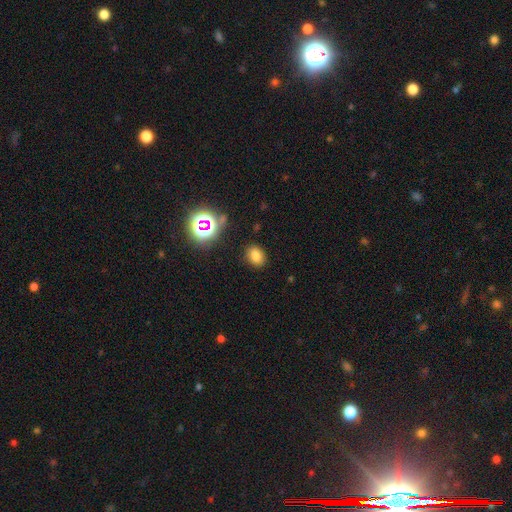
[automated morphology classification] This is likely a smooth galaxy (75%). How rounded: likely in between (66%). Merging: clearly none (86%).